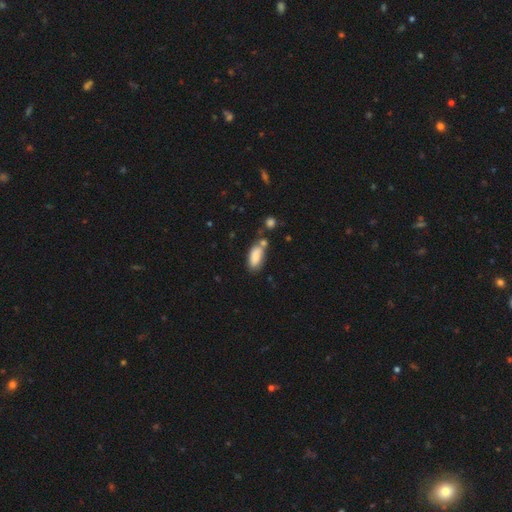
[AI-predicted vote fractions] Smooth or featured: smooth — 84% (featured or disk — 9%)
How rounded: in between — 87% (cigar-shaped — 10%)
Merging: none — 51% (merger — 23%)